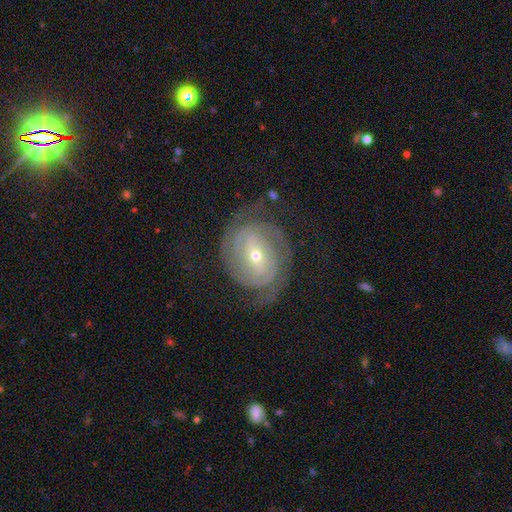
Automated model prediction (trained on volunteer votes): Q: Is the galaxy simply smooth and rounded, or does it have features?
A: featured or disk — 88%.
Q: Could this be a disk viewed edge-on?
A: no — 97%.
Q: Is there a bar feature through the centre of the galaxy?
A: weak — 39%.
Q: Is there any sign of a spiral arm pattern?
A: yes — 97%.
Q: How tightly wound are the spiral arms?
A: tight — 66%.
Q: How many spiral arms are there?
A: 2 — 63%.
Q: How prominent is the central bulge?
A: small — 65%.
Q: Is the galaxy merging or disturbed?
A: none — 74%.